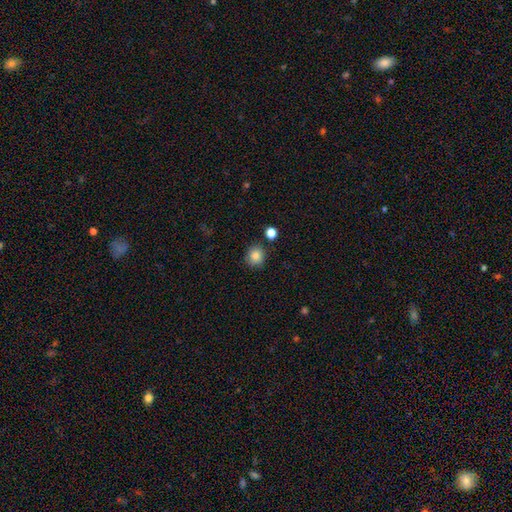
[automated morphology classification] Smooth or featured? smooth (85%)
How rounded? round (84%)
Merging? none (84%)